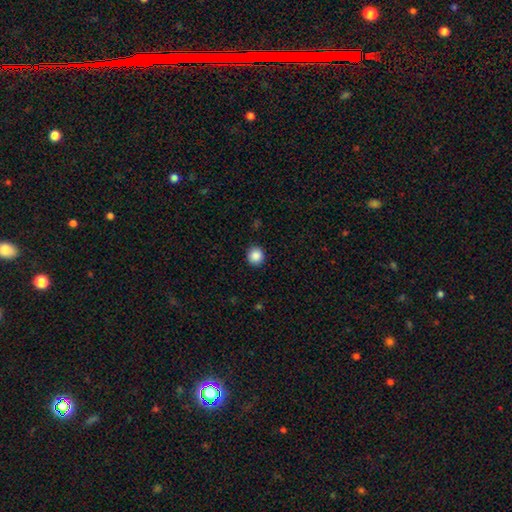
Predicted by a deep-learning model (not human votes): Smooth or featured?
  - smooth: 88% *
  - star or artifact: 9%
  - featured or disk: 3%
How rounded?
  - round: 92% *
  - in between: 7%
  - cigar-shaped: 1%
Merging?
  - none: 91% *
  - minor disturbance: 6%
  - major disturbance: 2%
  - merger: 1%